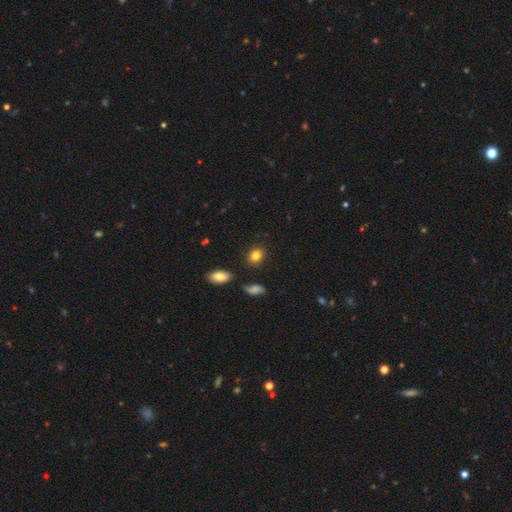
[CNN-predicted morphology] Smooth or featured?
  - smooth: 83% *
  - star or artifact: 10%
  - featured or disk: 7%
How rounded?
  - round: 52% *
  - in between: 46%
  - cigar-shaped: 2%
Merging?
  - none: 84% *
  - minor disturbance: 10%
  - merger: 3%
  - major disturbance: 3%